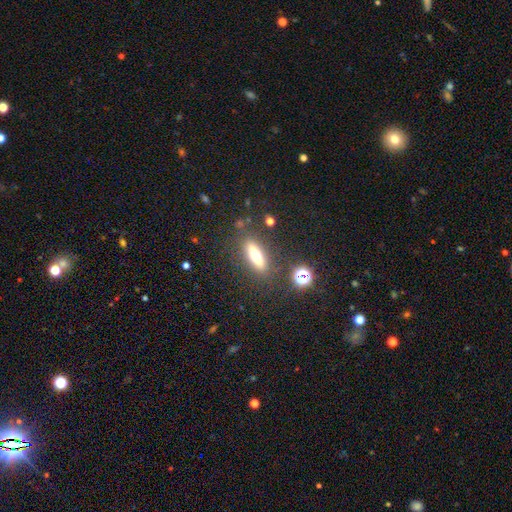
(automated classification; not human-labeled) smooth_or_featured: smooth (p=0.58) [alt: featured or disk p=0.31]
how_rounded: cigar-shaped (p=0.55) [alt: in between p=0.41]
merging: none (p=0.82) [alt: minor disturbance p=0.10]